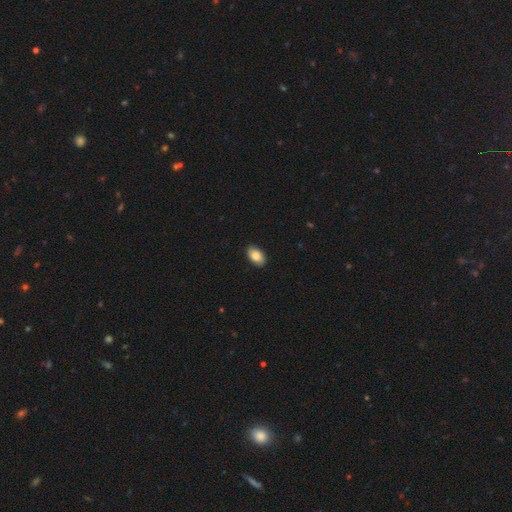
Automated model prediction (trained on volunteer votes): smooth_or_featured: smooth (p=0.85) [alt: featured or disk p=0.08]
how_rounded: in between (p=0.92) [alt: round p=0.06]
merging: none (p=0.89) [alt: minor disturbance p=0.09]